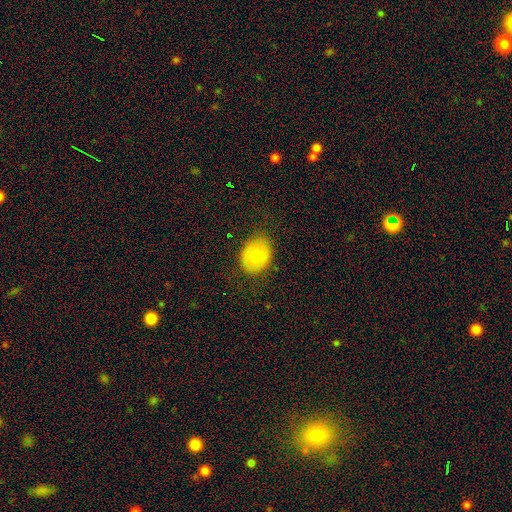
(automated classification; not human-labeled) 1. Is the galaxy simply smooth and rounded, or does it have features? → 76% smooth, 16% featured or disk, 8% star or artifact.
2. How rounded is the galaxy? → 55% in between, 44% round, 1% cigar-shaped.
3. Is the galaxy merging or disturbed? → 78% none, 17% minor disturbance, 4% major disturbance, 1% merger.